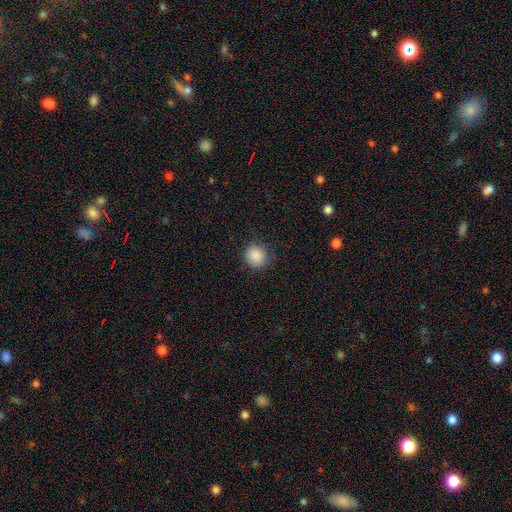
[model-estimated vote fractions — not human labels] Overall: smooth (88%). How rounded: round (91%). Merging: none (87%).